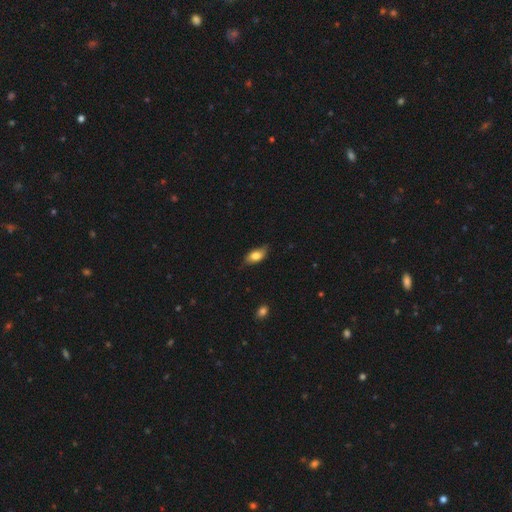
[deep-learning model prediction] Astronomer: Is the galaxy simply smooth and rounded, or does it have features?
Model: smooth — 74%.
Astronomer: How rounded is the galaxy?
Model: in between — 88%.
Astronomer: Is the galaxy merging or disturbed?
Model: none — 70%.